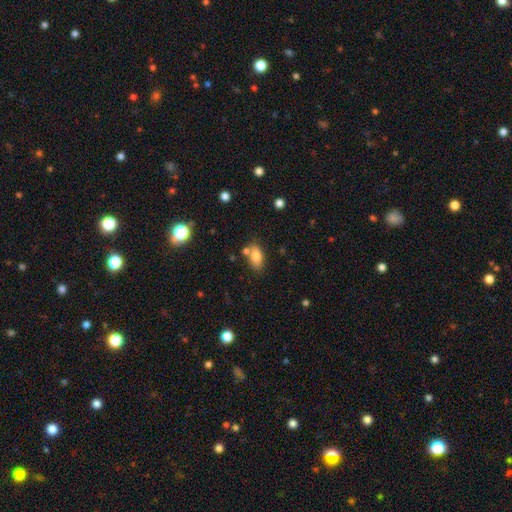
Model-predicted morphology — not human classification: This appears to be a smooth galaxy with no disk features (81%) that is in between round and cigar-shaped (89%). Merging: none (69%).